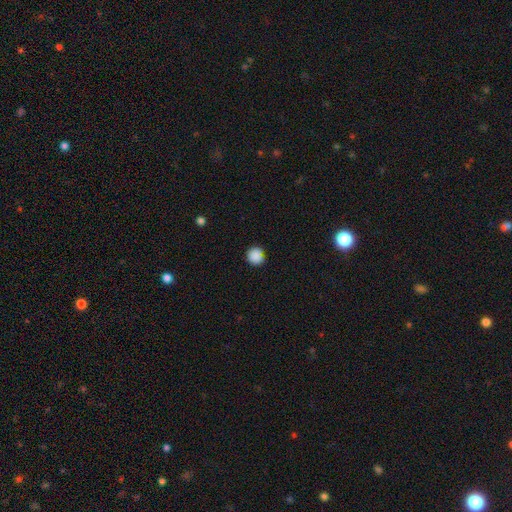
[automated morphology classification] This is clearly a smooth galaxy (87%). How rounded: clearly round (92%). Merging: likely none (79%).